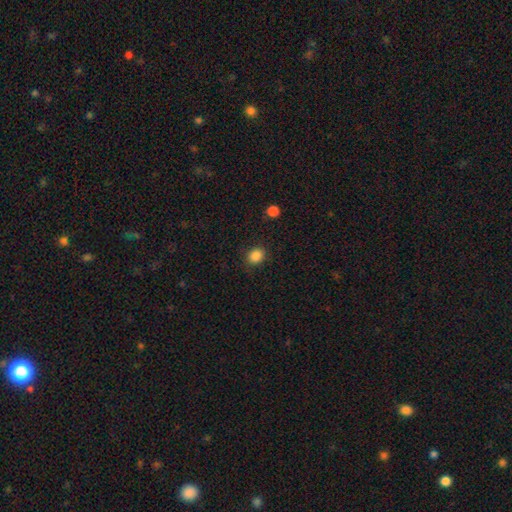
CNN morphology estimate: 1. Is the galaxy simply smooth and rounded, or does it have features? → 86% smooth, 11% star or artifact, 4% featured or disk.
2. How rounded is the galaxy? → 69% round, 30% in between, 1% cigar-shaped.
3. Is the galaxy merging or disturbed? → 86% none, 10% minor disturbance, 3% major disturbance, 1% merger.